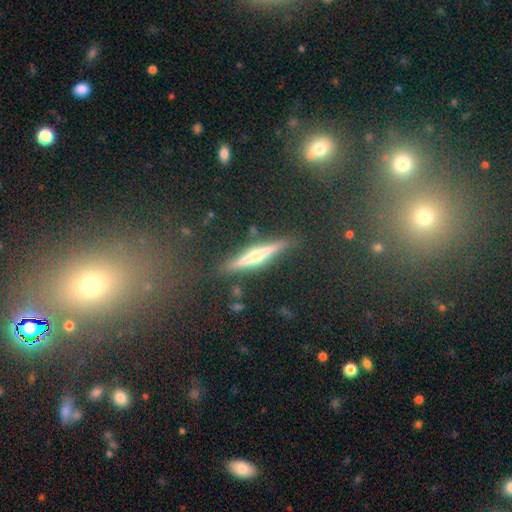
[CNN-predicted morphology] A featured or disk galaxy (59%) viewed edge-on (93%) with a rounded central bulge (79%).

Vote fractions:
- Smooth or featured? featured or disk: 59% / smooth: 23% / star or artifact: 18%
- Edge-on disk? yes: 93% / no: 7%
- Edge-on bulge? rounded: 79% / none: 12% / boxy: 9%
- Merging? none: 85% / minor disturbance: 9% / major disturbance: 3% / merger: 3%